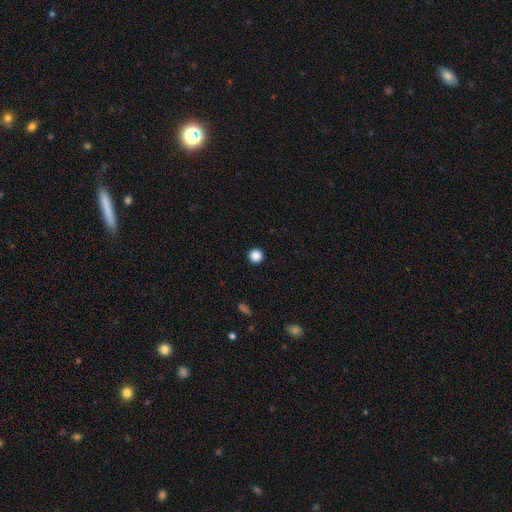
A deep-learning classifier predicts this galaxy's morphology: The model was most divided on "smooth or featured": smooth: 87%, star or artifact: 11%, featured or disk: 3%. More confident: how rounded — round (96%); merging — none (94%).